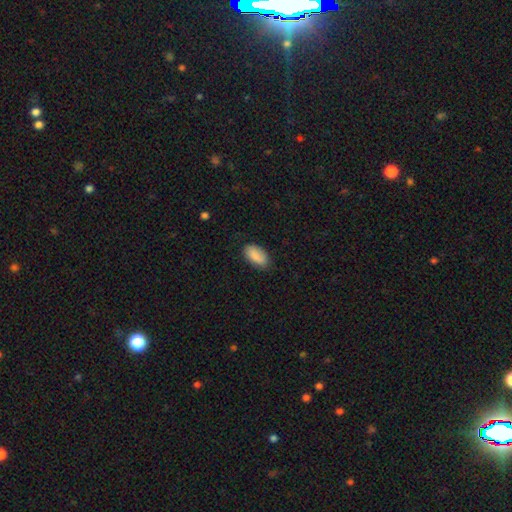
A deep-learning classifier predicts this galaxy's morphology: smooth 88%, star or artifact 6%, featured or disk 5%. Down the decision tree: how rounded — in between (93%); merging — none (83%).